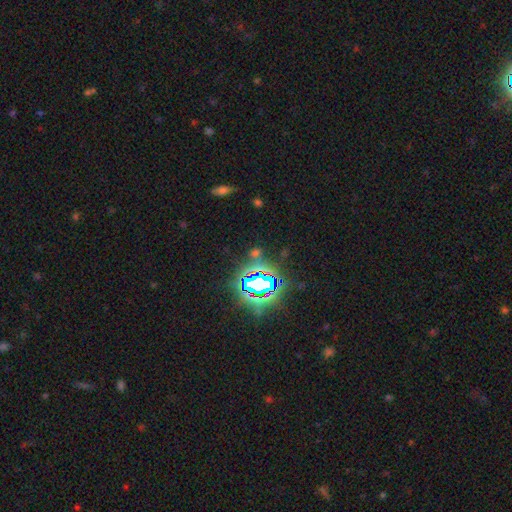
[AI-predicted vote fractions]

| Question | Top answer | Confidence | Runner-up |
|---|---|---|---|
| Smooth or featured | star or artifact | 76% | smooth (15%) |